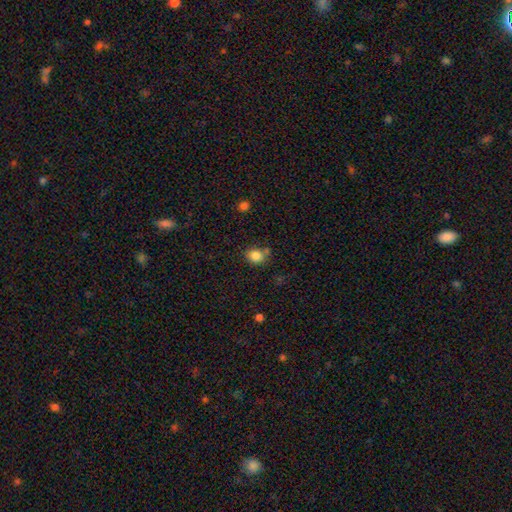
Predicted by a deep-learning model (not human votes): A smooth galaxy with no disk features (83%) that is round (65%).

Vote fractions:
- Smooth or featured? smooth: 83% / star or artifact: 11% / featured or disk: 6%
- How rounded? round: 65% / in between: 35% / cigar-shaped: 1%
- Merging? none: 67% / minor disturbance: 16% / merger: 12% / major disturbance: 5%